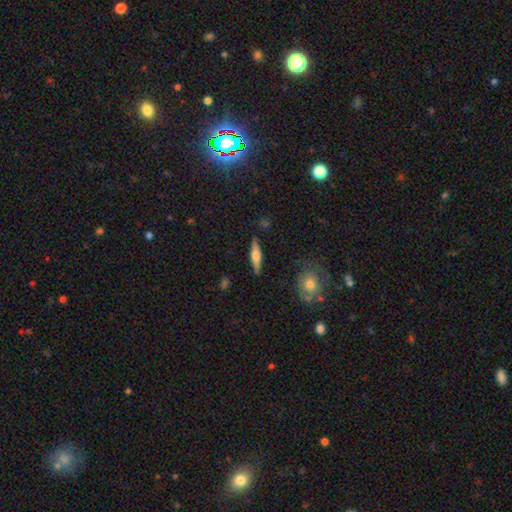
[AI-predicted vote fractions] Overall: smooth (47%, tied with featured or disk). Merging: none (89%).